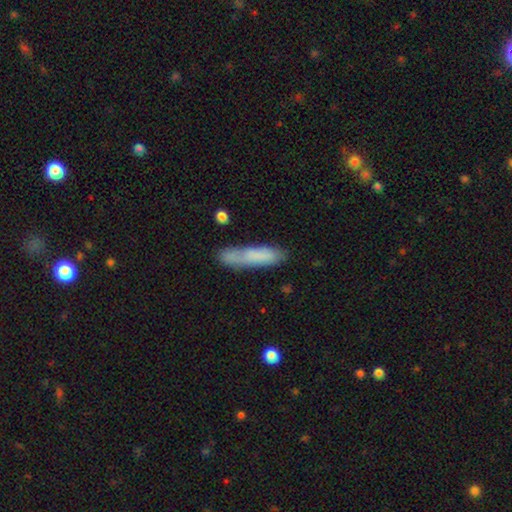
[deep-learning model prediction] smooth 75%, featured or disk 17%, star or artifact 7%. Down the decision tree: how rounded — cigar-shaped (83%); merging — none (65%).